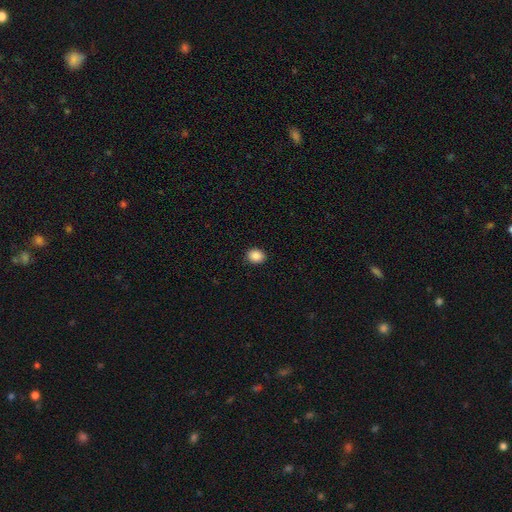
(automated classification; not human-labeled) Smooth or featured?
  - smooth: 88% *
  - star or artifact: 9%
  - featured or disk: 3%
How rounded?
  - round: 50% *
  - in between: 49%
  - cigar-shaped: 1%
Merging?
  - none: 90% *
  - minor disturbance: 7%
  - major disturbance: 2%
  - merger: 1%